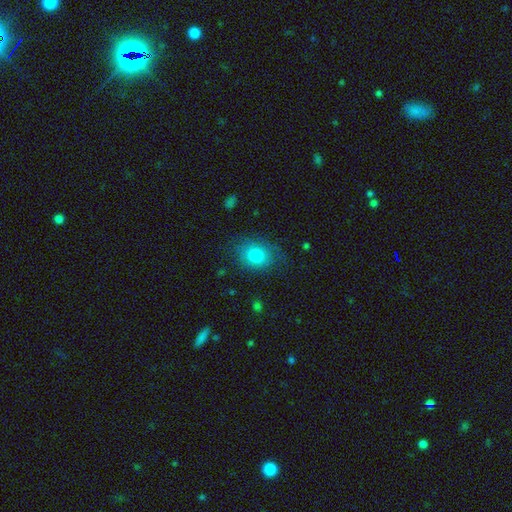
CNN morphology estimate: smooth_or_featured: smooth (p=0.80) [alt: featured or disk p=0.11]
how_rounded: in between (p=0.54) [alt: round p=0.45]
merging: none (p=0.72) [alt: minor disturbance p=0.20]